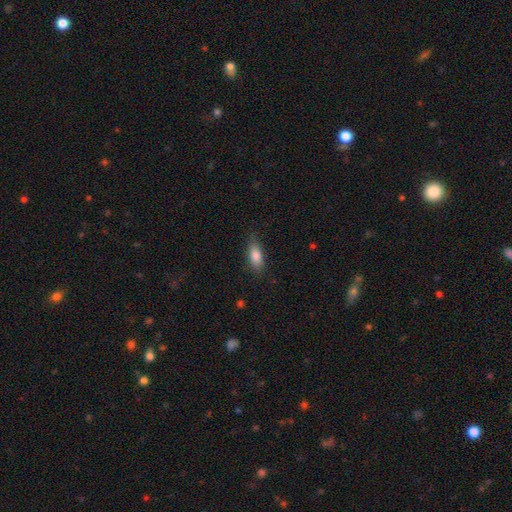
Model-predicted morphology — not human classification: This appears to be a smooth galaxy with no disk features (82%) that is in between round and cigar-shaped (78%). Merging: none (79%).